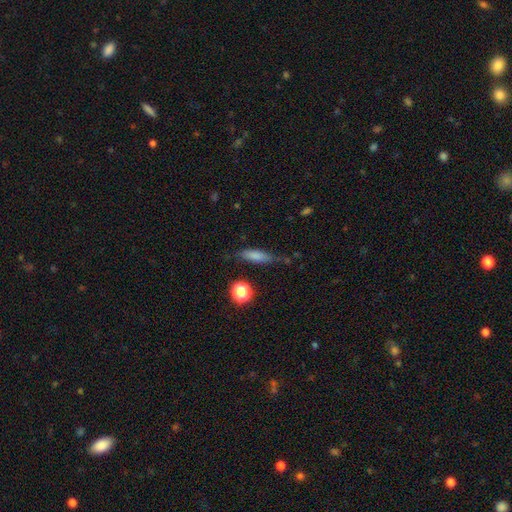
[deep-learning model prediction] A smooth galaxy with no disk features (75%) that is cigar-shaped (56%).

Vote fractions:
- Smooth or featured? smooth: 75% / featured or disk: 14% / star or artifact: 10%
- How rounded? cigar-shaped: 56% / in between: 40% / round: 5%
- Merging? none: 71% / minor disturbance: 20% / major disturbance: 6% / merger: 3%